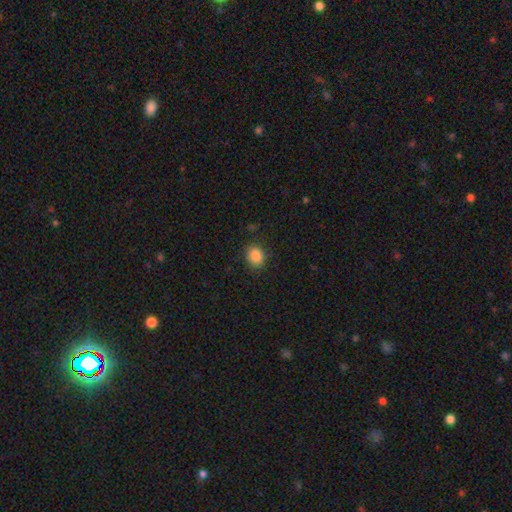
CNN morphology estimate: smooth_or_featured: smooth (p=0.87) [alt: star or artifact p=0.09]
how_rounded: round (p=0.53) [alt: in between p=0.46]
merging: none (p=0.86) [alt: minor disturbance p=0.10]